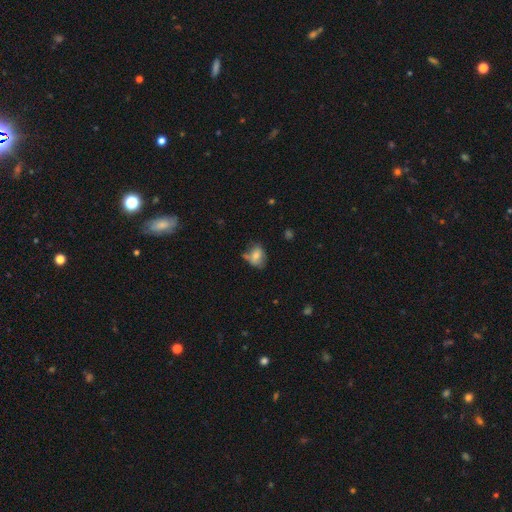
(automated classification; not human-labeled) smooth 68%, featured or disk 22%, star or artifact 10%. Down the decision tree: how rounded — in between (63%); merging — none (47%).